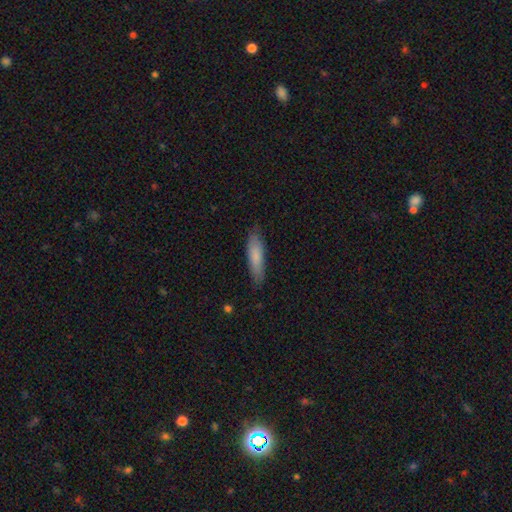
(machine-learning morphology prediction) Overall: smooth (80%). How rounded: cigar-shaped (72%). Merging: none (83%).